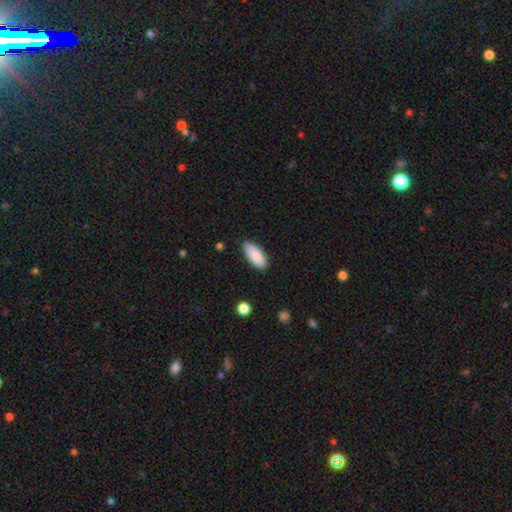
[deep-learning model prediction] Smooth or featured: smooth — 89% (star or artifact — 6%)
How rounded: in between — 88% (cigar-shaped — 10%)
Merging: none — 82% (minor disturbance — 14%)